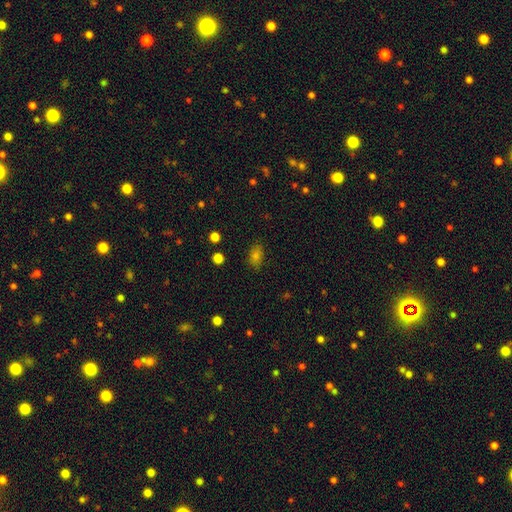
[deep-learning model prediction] A smooth galaxy with no disk features (74%) that is in between round and cigar-shaped (83%). Merging: none (82%).